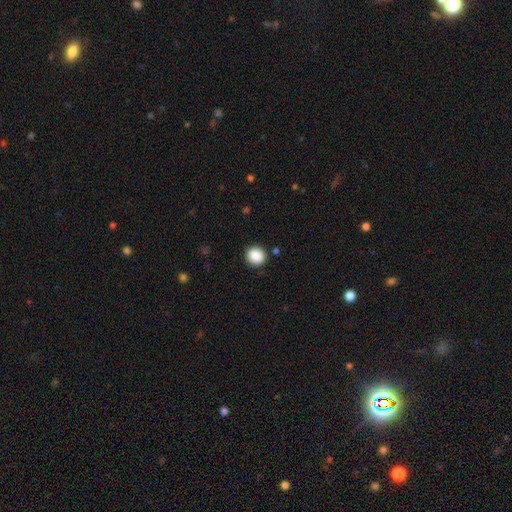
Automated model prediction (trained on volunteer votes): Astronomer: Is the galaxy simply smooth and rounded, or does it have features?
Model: smooth — 88%.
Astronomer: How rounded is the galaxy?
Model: round — 86%.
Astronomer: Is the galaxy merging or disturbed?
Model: none — 89%.